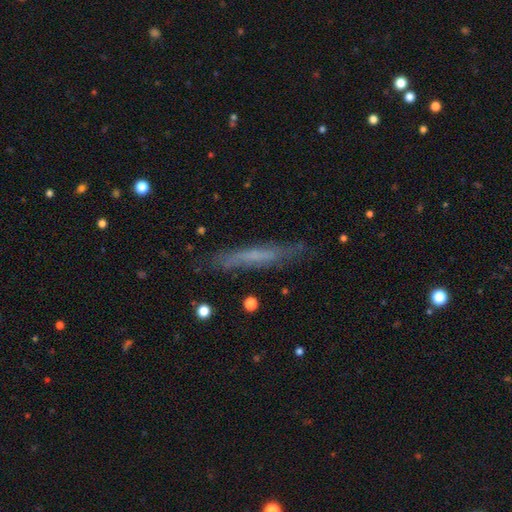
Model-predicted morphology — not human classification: type=smooth (47%); merging=none (78%).